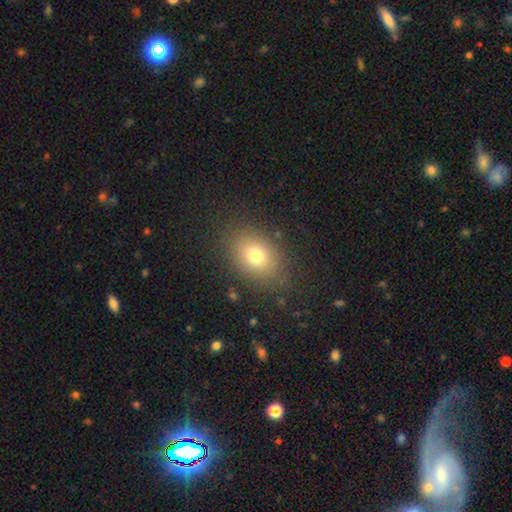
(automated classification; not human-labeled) This is likely a smooth galaxy (75%). How rounded: likely in between (71%). Merging: clearly none (85%).